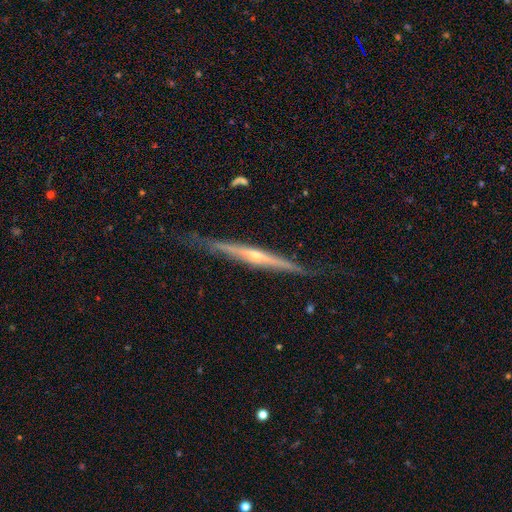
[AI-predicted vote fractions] Smooth or featured?
  - featured or disk: 81% *
  - smooth: 13%
  - star or artifact: 6%
Edge-on disk?
  - yes: 97% *
  - no: 3%
Edge-on bulge?
  - rounded: 73% *
  - none: 22%
  - boxy: 4%
Merging?
  - none: 81% *
  - minor disturbance: 15%
  - major disturbance: 3%
  - merger: 1%